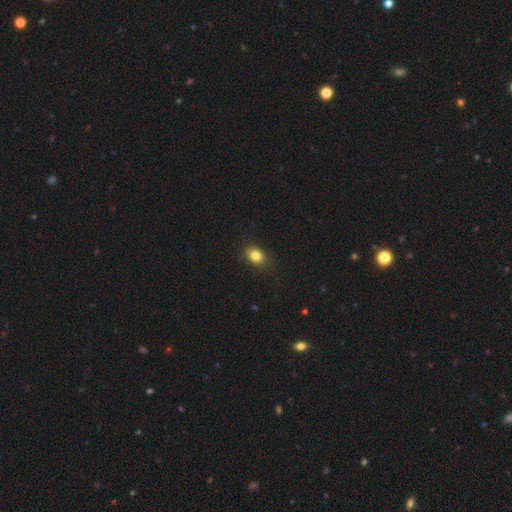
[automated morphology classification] Overall: smooth (83%). How rounded: in between (64%; round 34%). Merging: none (85%).